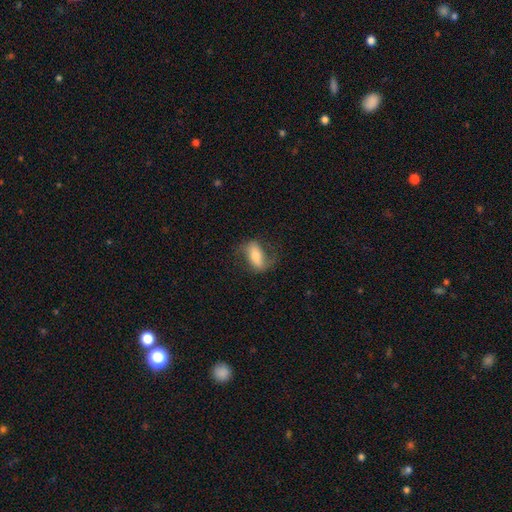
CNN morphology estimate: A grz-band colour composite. It shows a smooth galaxy with no disk features (50%). Merging: none (68%).